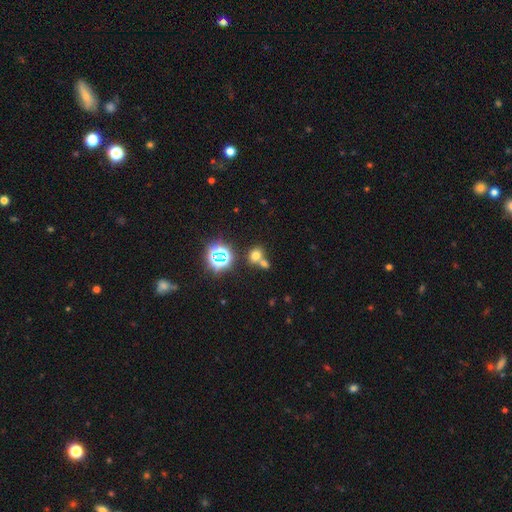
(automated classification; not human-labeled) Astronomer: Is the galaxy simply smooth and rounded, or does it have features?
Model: smooth — 62%.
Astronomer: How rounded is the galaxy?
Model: round — 58% (runner-up: in between, 40%).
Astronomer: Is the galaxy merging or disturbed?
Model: none — 47% (runner-up: merger, 41%).